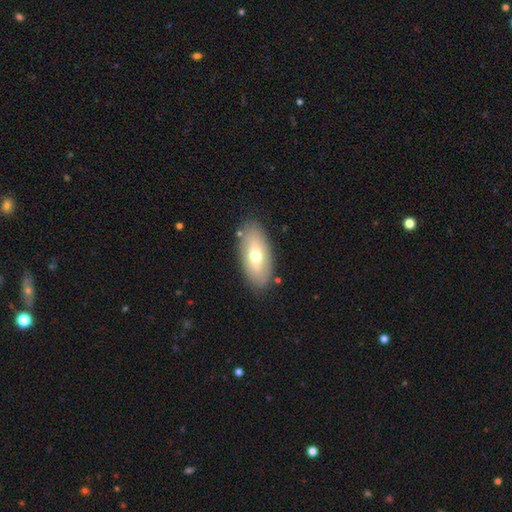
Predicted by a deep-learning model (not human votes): The model was most divided on "smooth or featured": smooth: 57%, featured or disk: 35%, star or artifact: 7%. More confident: how rounded — in between (88%); merging — none (83%).